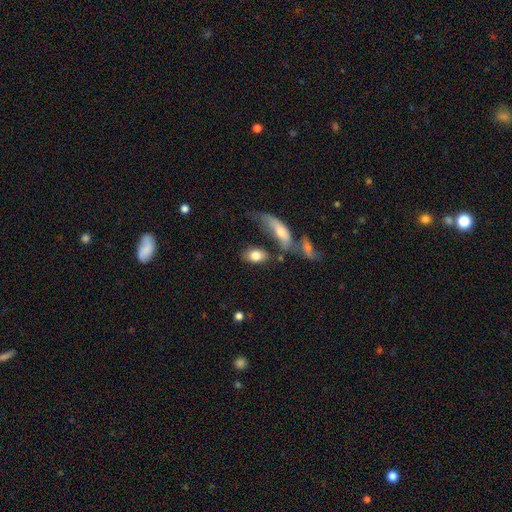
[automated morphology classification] Overall: smooth (80%). How rounded: in between (86%). Merging: none (50%; merger 23%).